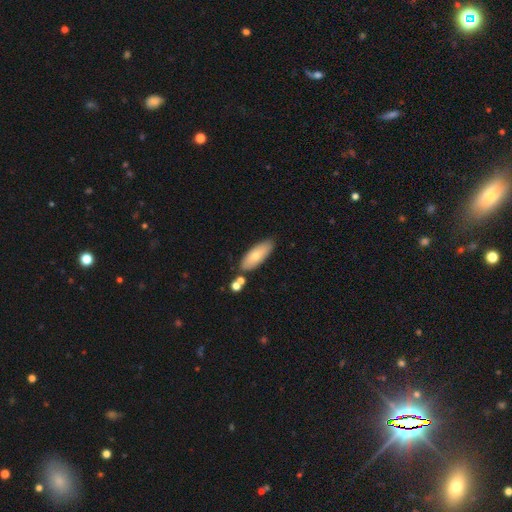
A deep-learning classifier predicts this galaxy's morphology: Overall: smooth (70%). How rounded: in between (69%). Merging: none (79%).